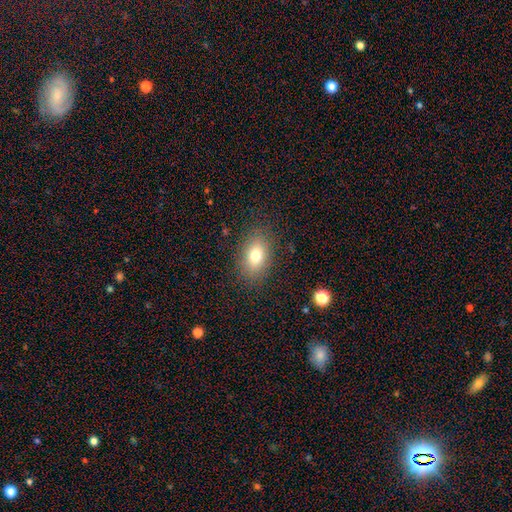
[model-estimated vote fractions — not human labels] A smooth galaxy with no disk features (76%) that is in between round and cigar-shaped (83%). Merging: none (84%).